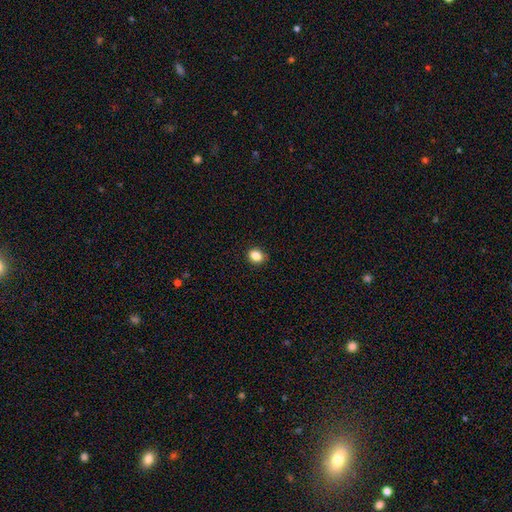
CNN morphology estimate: Smooth or featured: smooth — 86% (star or artifact — 10%)
How rounded: in between — 52% (round — 47%)
Merging: none — 88% (minor disturbance — 9%)